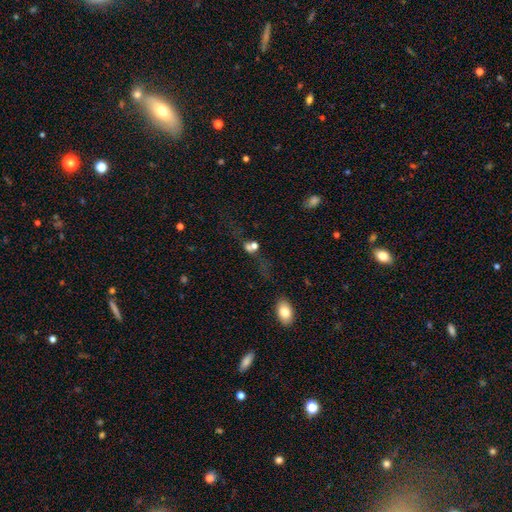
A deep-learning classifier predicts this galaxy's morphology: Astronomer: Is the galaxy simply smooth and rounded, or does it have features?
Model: star or artifact — 41% (runner-up: smooth, 39%).